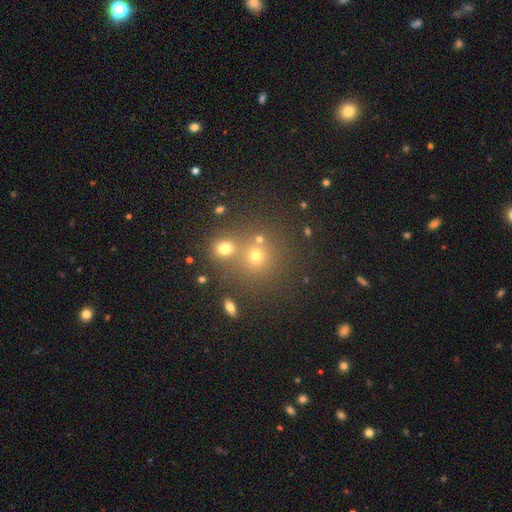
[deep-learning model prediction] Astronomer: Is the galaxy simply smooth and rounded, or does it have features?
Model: smooth — 65%.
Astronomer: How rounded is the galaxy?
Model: round — 85%.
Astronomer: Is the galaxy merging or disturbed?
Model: none — 60%.